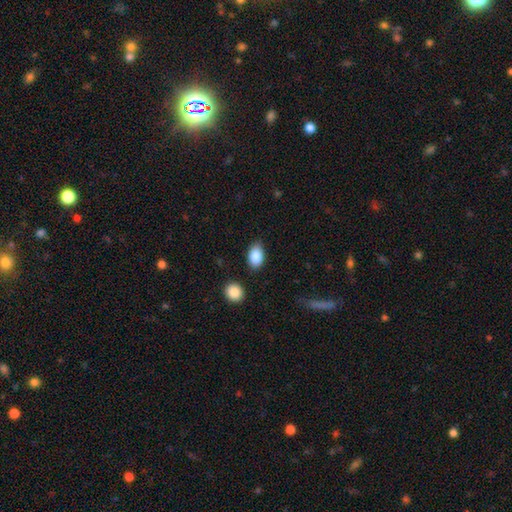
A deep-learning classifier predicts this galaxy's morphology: smooth 87%, star or artifact 7%, featured or disk 6%. Down the decision tree: how rounded — in between (88%); merging — none (81%).